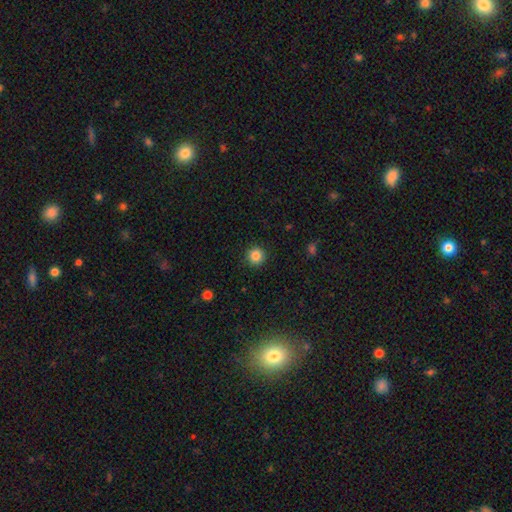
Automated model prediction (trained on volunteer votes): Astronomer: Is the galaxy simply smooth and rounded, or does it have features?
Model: smooth — 85%.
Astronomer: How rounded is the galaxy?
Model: round — 95%.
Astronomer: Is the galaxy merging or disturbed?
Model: none — 92%.